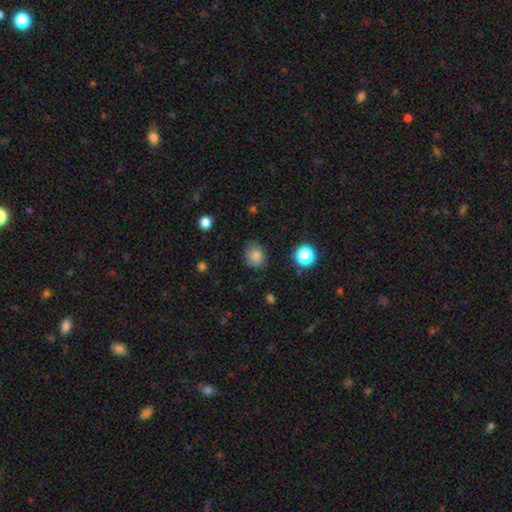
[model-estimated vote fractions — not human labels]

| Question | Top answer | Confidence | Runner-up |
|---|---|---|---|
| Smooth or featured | smooth | 83% | star or artifact (12%) |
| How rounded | round | 75% | in between (24%) |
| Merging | none | 77% | minor disturbance (17%) |